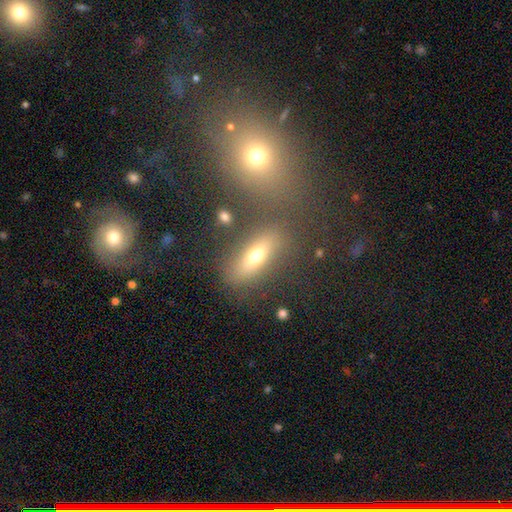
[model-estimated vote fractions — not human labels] Smooth or featured? Predicted: smooth (p=0.61). How rounded? Predicted: in between (p=0.61). Merging? Predicted: none (p=0.74).